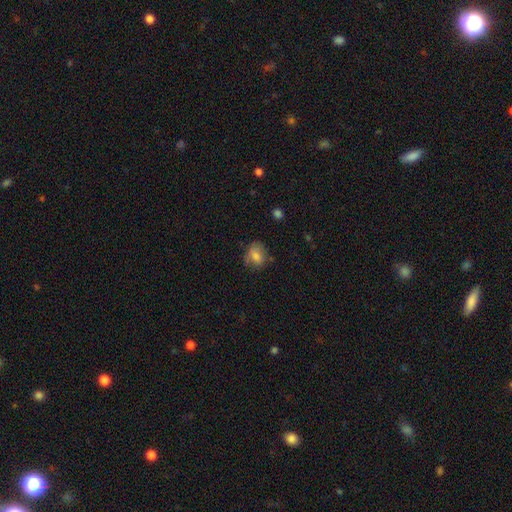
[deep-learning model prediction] A smooth galaxy with no disk features (75%) that is in between round and cigar-shaped (57%).

Vote fractions:
- Smooth or featured? smooth: 75% / featured or disk: 16% / star or artifact: 10%
- How rounded? in between: 57% / round: 42% / cigar-shaped: 1%
- Merging? none: 60% / minor disturbance: 27% / major disturbance: 10% / merger: 3%